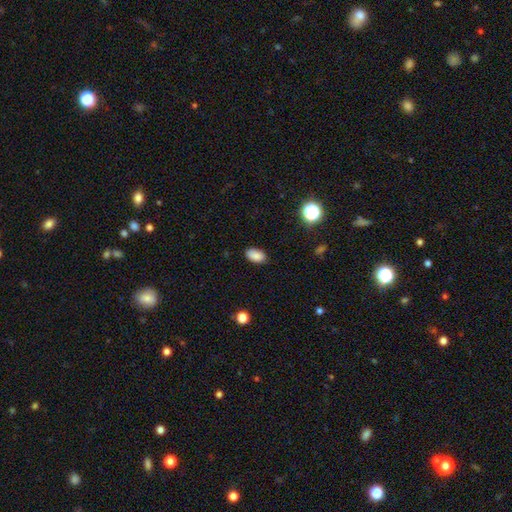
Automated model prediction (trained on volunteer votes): smooth_or_featured: smooth (p=0.86) [alt: star or artifact p=0.10]
how_rounded: in between (p=0.92) [alt: round p=0.07]
merging: none (p=0.87) [alt: minor disturbance p=0.10]